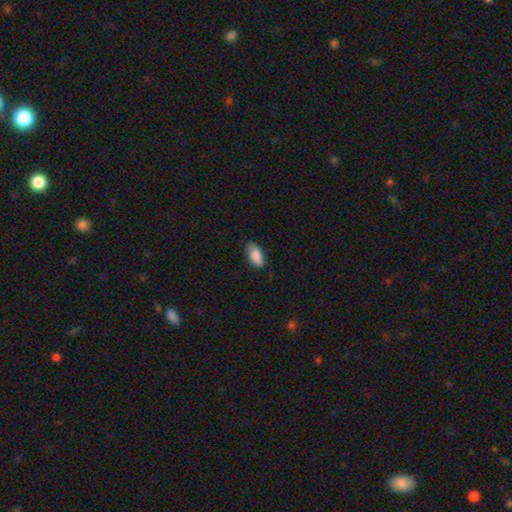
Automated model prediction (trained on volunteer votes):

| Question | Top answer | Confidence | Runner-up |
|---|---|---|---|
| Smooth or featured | smooth | 86% | featured or disk (7%) |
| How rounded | in between | 88% | cigar-shaped (9%) |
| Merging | none | 76% | minor disturbance (20%) |